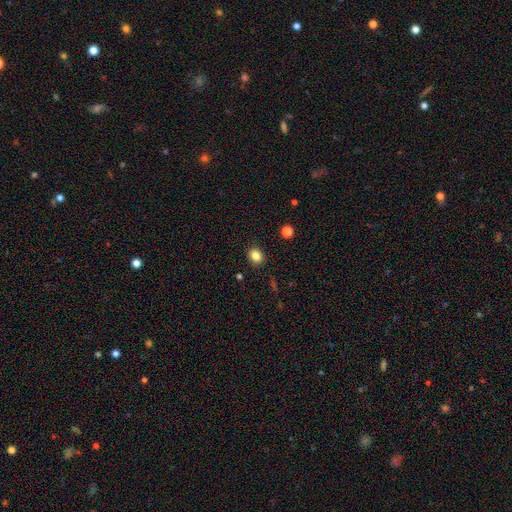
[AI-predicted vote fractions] A smooth galaxy with no disk features (84%) that is round (54%).

Vote fractions:
- Smooth or featured? smooth: 84% / star or artifact: 11% / featured or disk: 5%
- How rounded? round: 54% / in between: 45% / cigar-shaped: 1%
- Merging? none: 89% / minor disturbance: 7% / major disturbance: 2% / merger: 1%